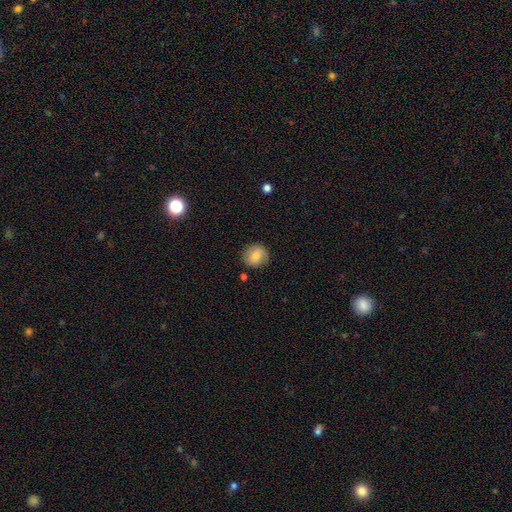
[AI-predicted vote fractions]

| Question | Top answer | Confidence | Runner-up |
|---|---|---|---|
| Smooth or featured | smooth | 76% | featured or disk (15%) |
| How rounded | round | 84% | in between (15%) |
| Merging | none | 81% | minor disturbance (13%) |